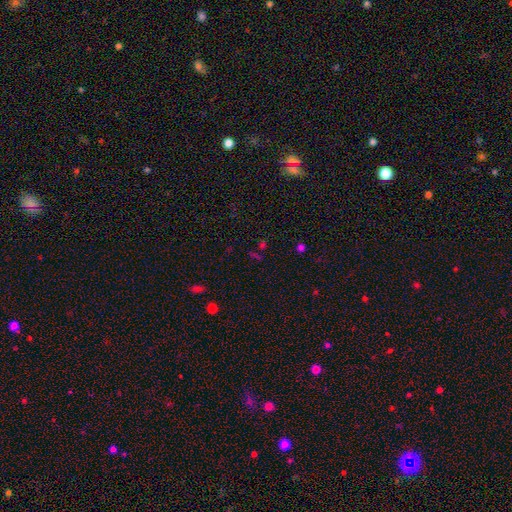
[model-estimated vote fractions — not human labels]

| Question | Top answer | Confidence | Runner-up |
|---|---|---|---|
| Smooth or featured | star or artifact | 56% | smooth (33%) |